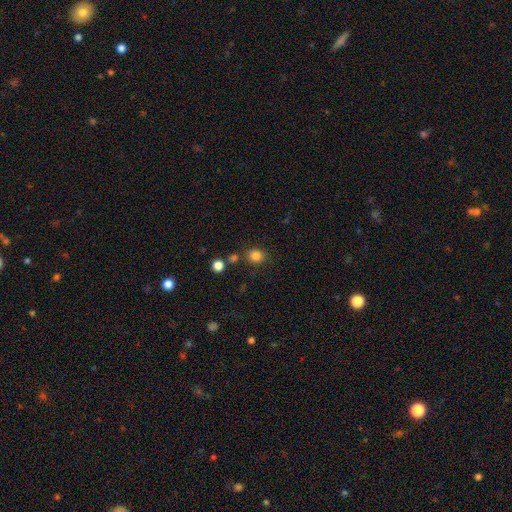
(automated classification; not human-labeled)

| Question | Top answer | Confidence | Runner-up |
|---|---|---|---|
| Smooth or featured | smooth | 83% | star or artifact (12%) |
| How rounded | round | 72% | in between (27%) |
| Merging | none | 80% | minor disturbance (10%) |